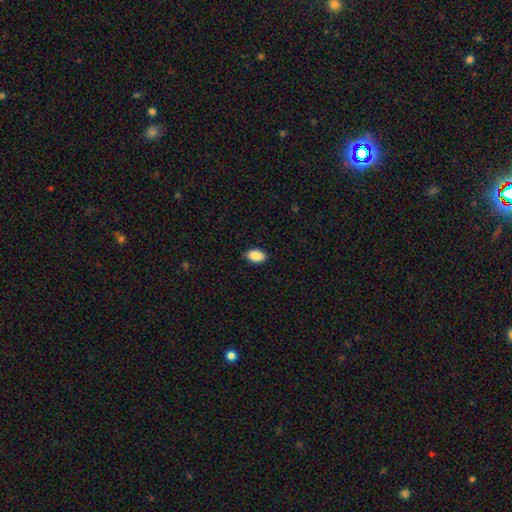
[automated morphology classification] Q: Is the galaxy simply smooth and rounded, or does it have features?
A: smooth — 90%.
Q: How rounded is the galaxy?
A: in between — 92%.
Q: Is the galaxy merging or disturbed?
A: none — 88%.